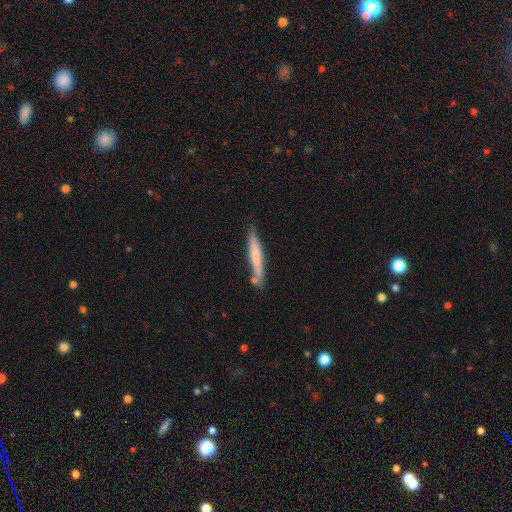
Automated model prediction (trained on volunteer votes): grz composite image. It shows a smooth galaxy with no disk features (62%) that is cigar-shaped (95%). Merging: none (72%).